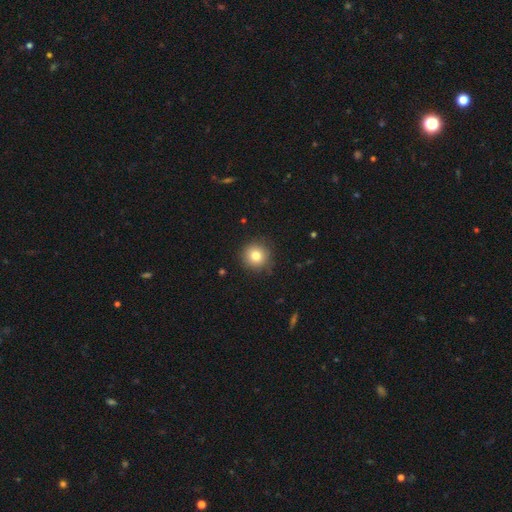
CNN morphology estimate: This appears to be a smooth galaxy with no disk features (80%) that is round (94%). Merging: none (87%).